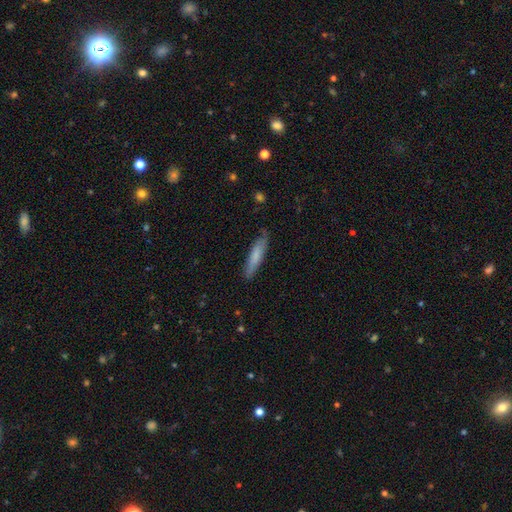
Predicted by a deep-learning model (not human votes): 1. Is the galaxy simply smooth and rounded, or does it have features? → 70% smooth, 24% featured or disk, 6% star or artifact.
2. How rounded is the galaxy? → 85% cigar-shaped, 13% in between, 1% round.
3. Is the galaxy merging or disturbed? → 78% none, 17% minor disturbance, 3% major disturbance, 1% merger.